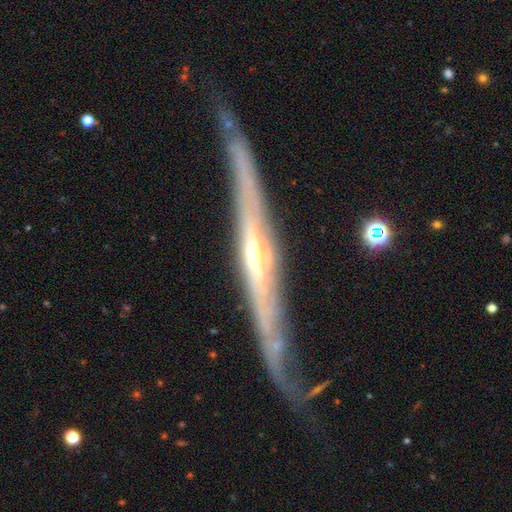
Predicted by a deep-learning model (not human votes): A featured or disk galaxy (85%) viewed edge-on (85%) with a rounded central bulge (59%). Merging: none (61%).